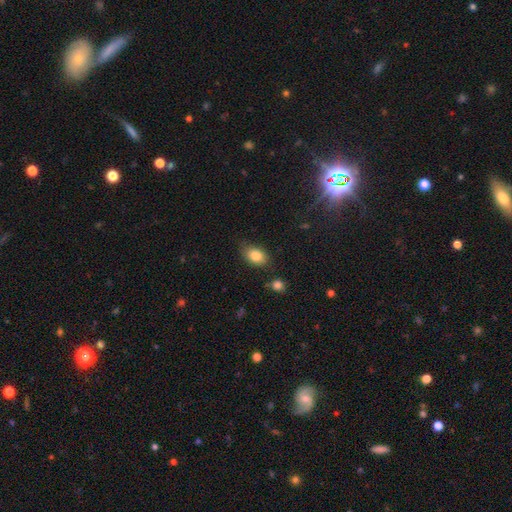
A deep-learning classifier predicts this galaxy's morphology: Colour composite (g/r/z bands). It shows a smooth galaxy with no disk features (83%) that is in between round and cigar-shaped (83%). Merging: none (77%).